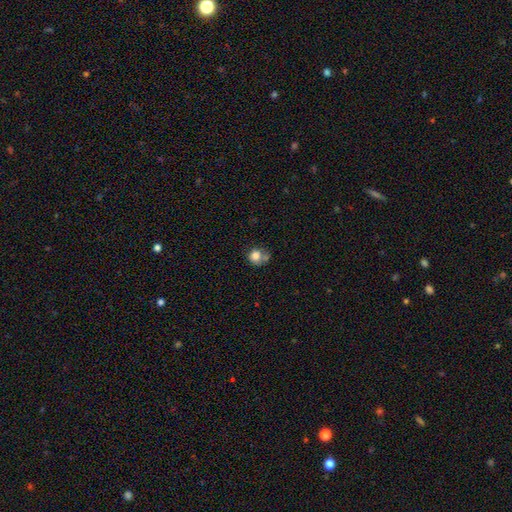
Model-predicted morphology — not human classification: The model was most divided on "merging": none: 42%, merger: 24%, minor disturbance: 21%, major disturbance: 13%. More confident: smooth or featured — smooth (78%); how rounded — round (76%).